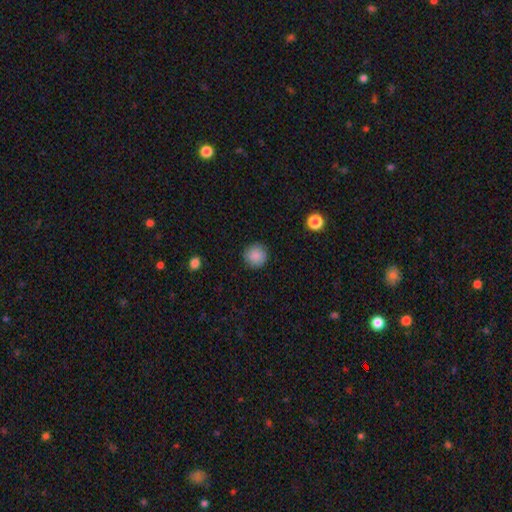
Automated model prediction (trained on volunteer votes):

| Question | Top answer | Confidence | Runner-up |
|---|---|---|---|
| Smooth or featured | smooth | 87% | star or artifact (9%) |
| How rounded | round | 94% | in between (5%) |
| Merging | none | 90% | minor disturbance (7%) |